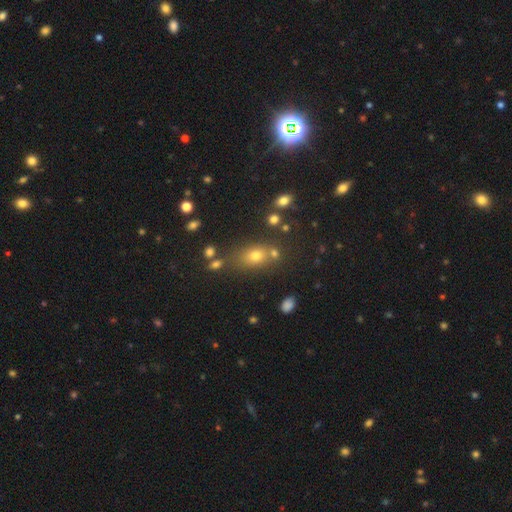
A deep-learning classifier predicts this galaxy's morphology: A smooth galaxy with no disk features (67%) that is in between round and cigar-shaped (58%).

Vote fractions:
- Smooth or featured? smooth: 67% / star or artifact: 20% / featured or disk: 13%
- How rounded? in between: 58% / round: 39% / cigar-shaped: 3%
- Merging? none: 63% / merger: 17% / minor disturbance: 14% / major disturbance: 6%